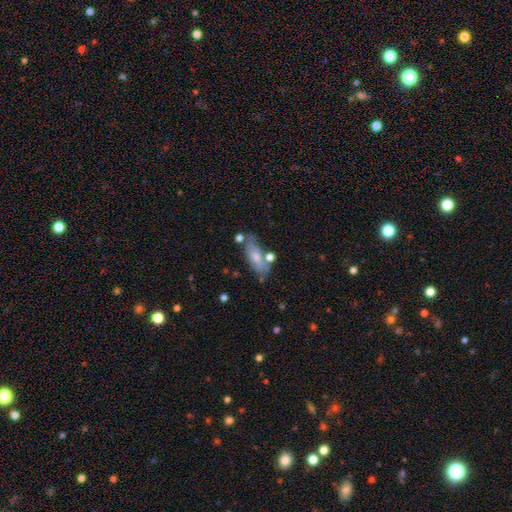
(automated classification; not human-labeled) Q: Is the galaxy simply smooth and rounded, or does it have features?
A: smooth — 60%.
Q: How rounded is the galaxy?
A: in between — 66%.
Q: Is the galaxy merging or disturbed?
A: none — 66%.